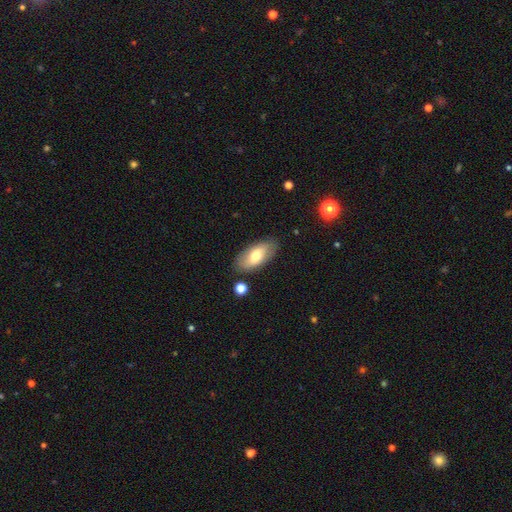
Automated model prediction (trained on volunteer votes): Morphology: type=smooth (65%); roundness=in between (90%); merging=none (81%).